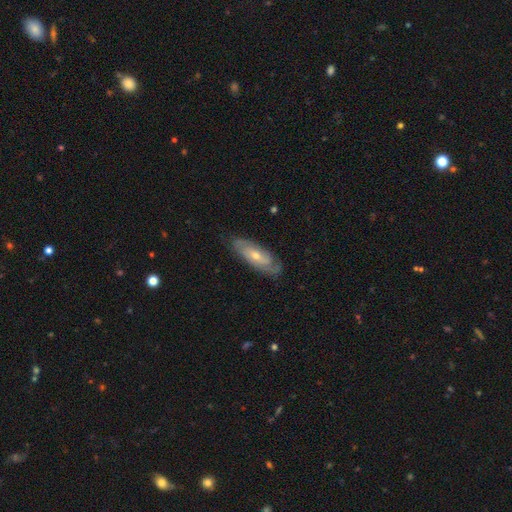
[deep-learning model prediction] smooth_or_featured: featured or disk (p=0.66) [alt: smooth p=0.28]
disk_edge_on: no (p=0.82) [alt: yes p=0.18]
bar: no (p=0.63) [alt: weak p=0.30]
has_spiral_arms: yes (p=0.83) [alt: no p=0.17]
bulge_size: moderate (p=0.49) [alt: small p=0.47]
merging: none (p=0.78) [alt: minor disturbance p=0.17]